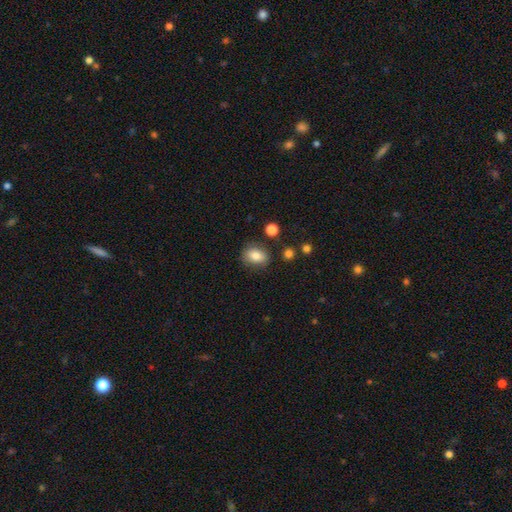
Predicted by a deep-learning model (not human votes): Smooth or featured? smooth (82%)
How rounded? in between (60%)
Merging? none (79%)